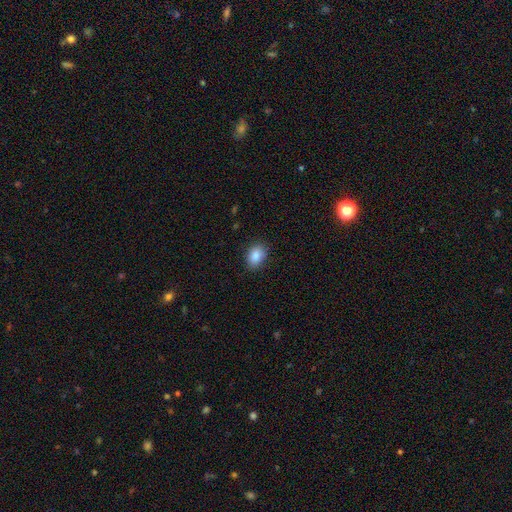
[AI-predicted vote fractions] smooth-or-featured: smooth: 87% | star or artifact: 8% | featured or disk: 5%
  how-rounded: in between: 79% | round: 19% | cigar-shaped: 1%
  merging: none: 85% | minor disturbance: 12% | major disturbance: 3% | merger: 1%